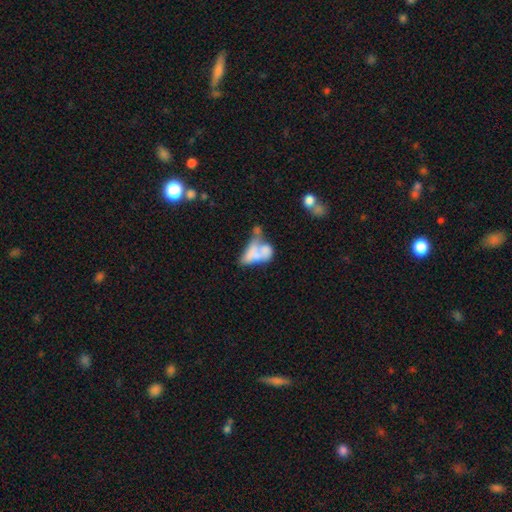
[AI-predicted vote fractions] A smooth galaxy with no disk features (53%) that is in between round and cigar-shaped (81%).

Vote fractions:
- Smooth or featured? smooth: 53% / featured or disk: 37% / star or artifact: 10%
- How rounded? in between: 81% / round: 11% / cigar-shaped: 8%
- Merging? merger: 52% / major disturbance: 22% / none: 14% / minor disturbance: 11%